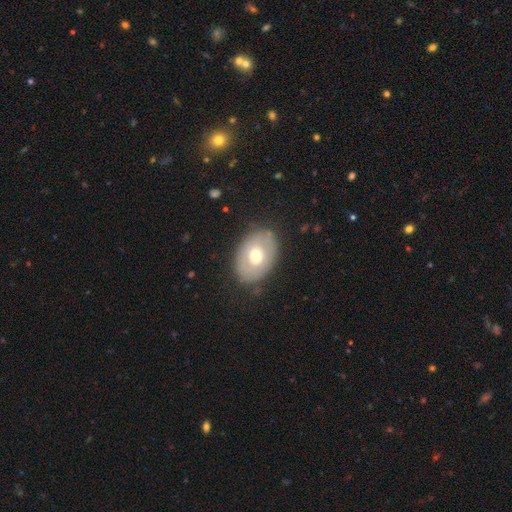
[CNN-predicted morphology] A smooth galaxy with no disk features (52%) that is in between round and cigar-shaped (76%).

Vote fractions:
- Smooth or featured? smooth: 52% / featured or disk: 41% / star or artifact: 7%
- How rounded? in between: 76% / round: 23% / cigar-shaped: 1%
- Merging? none: 81% / minor disturbance: 13% / major disturbance: 4% / merger: 1%